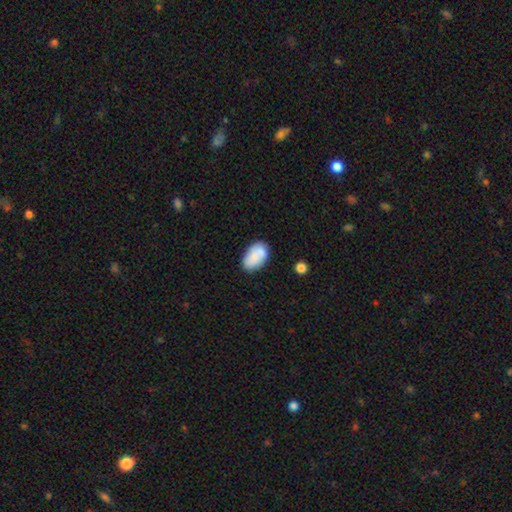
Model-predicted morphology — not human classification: type=smooth (76%); roundness=in between (91%); merging=none (67%).